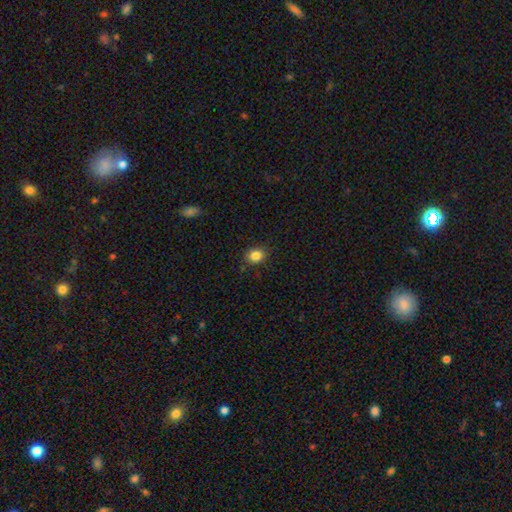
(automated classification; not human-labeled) A smooth galaxy with no disk features (84%) that is round (55%). Merging: none (86%).